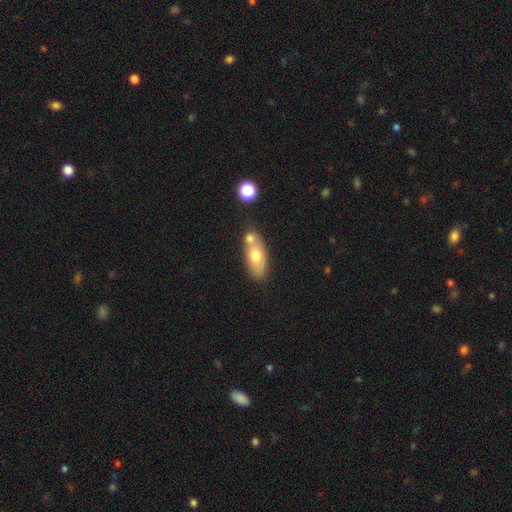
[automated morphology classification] This appears to be a smooth galaxy with no disk features (65%) that is in between round and cigar-shaped (77%). Merging: none (46%).